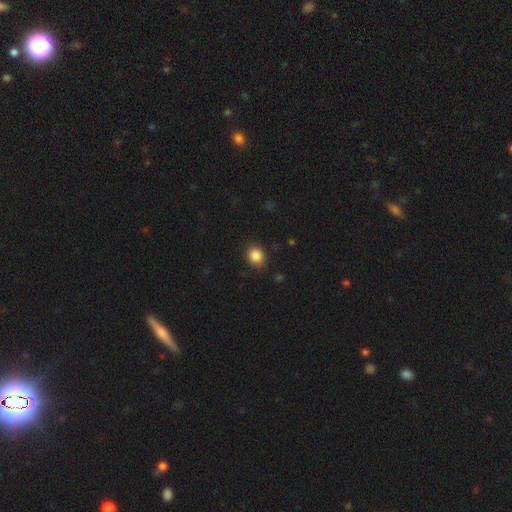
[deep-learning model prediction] A smooth galaxy with no disk features (86%) that is round (71%). Merging: none (86%).